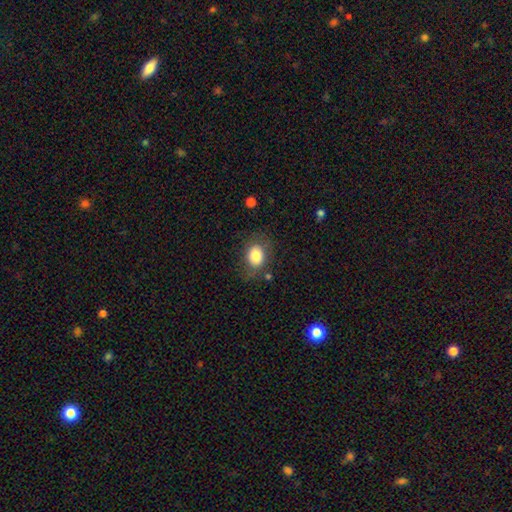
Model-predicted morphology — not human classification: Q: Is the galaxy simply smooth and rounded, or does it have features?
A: smooth — 81%.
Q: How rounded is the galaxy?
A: in between — 60%.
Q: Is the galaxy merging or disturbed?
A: none — 75%.